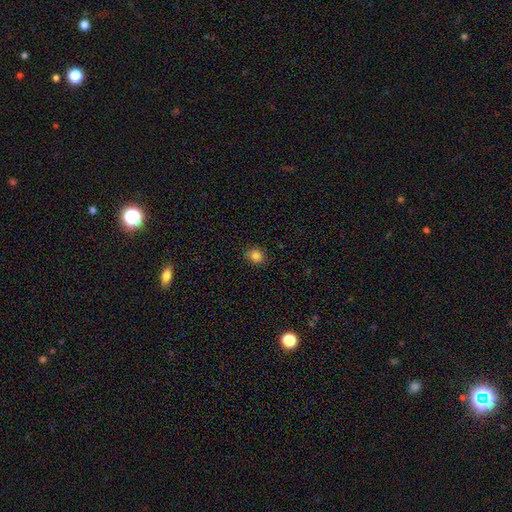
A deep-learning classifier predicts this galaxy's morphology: smooth_or_featured: smooth (p=0.82) [alt: star or artifact p=0.11]
how_rounded: round (p=0.61) [alt: in between p=0.38]
merging: none (p=0.88) [alt: minor disturbance p=0.09]